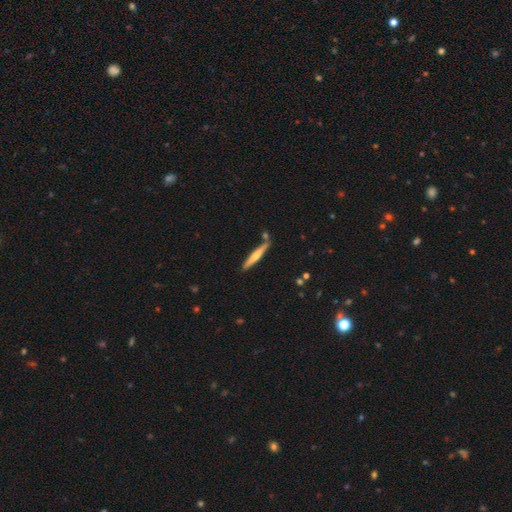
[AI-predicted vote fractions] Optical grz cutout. It shows a smooth galaxy with no disk features (49%). Merging: none (81%).